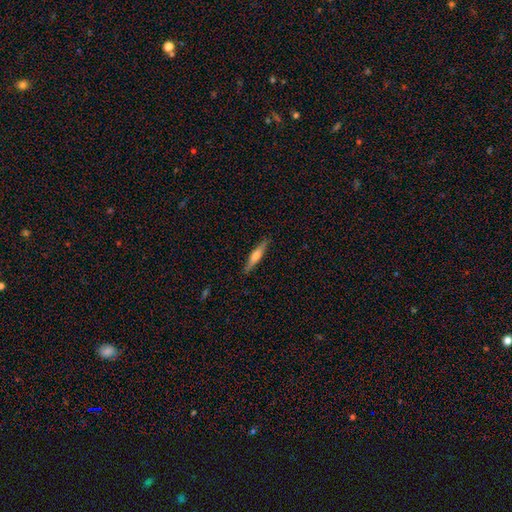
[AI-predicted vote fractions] Smooth or featured?
  - smooth: 54% *
  - featured or disk: 40%
  - star or artifact: 6%
How rounded?
  - cigar-shaped: 88% *
  - in between: 11%
  - round: 2%
Merging?
  - none: 89% *
  - minor disturbance: 9%
  - major disturbance: 2%
  - merger: 1%